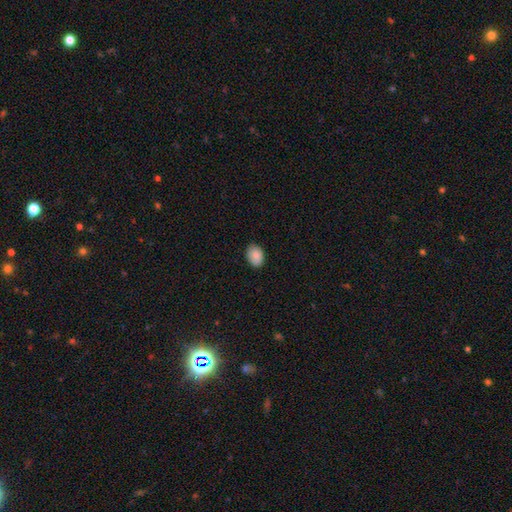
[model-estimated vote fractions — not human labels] A smooth galaxy with no disk features (88%) that is in between round and cigar-shaped (77%). Merging: none (85%).